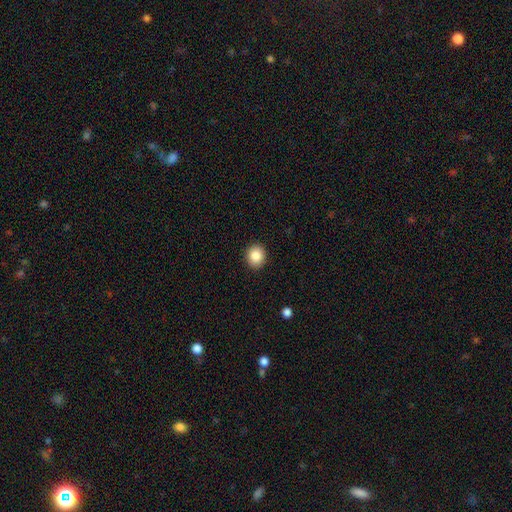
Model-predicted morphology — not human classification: Overall: smooth (86%). How rounded: round (76%). Merging: none (91%).